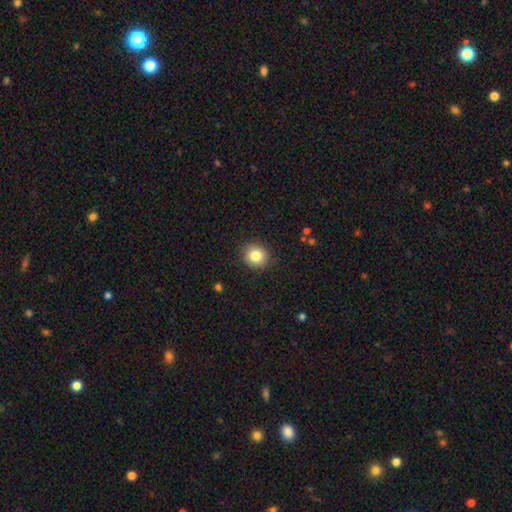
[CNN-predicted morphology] Overall: smooth (83%). How rounded: round (84%). Merging: none (90%).